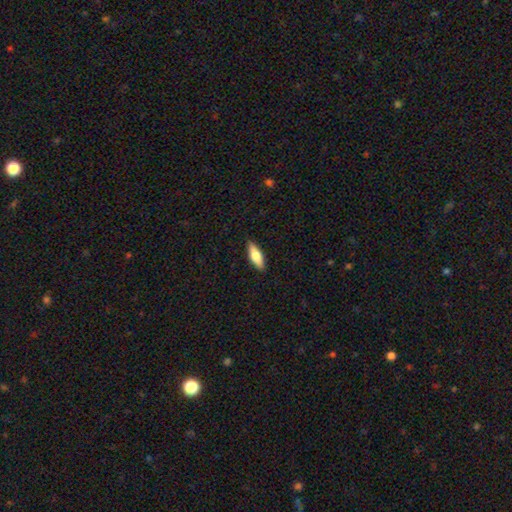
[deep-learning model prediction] This appears to be a smooth galaxy with no disk features (68%) that is in between round and cigar-shaped (57%). Merging: none (89%).